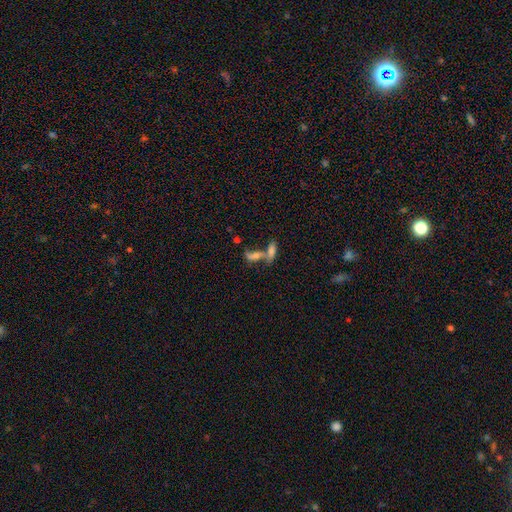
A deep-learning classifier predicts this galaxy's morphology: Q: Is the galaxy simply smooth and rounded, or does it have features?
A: smooth — 49%.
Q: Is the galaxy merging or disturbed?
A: merger — 57%.